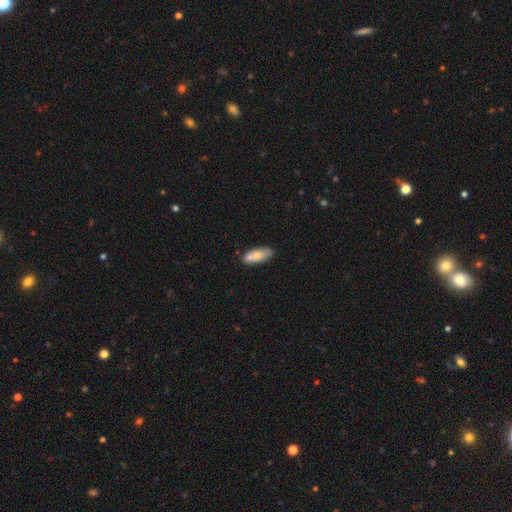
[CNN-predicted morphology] smooth 71%, featured or disk 23%, star or artifact 6%. Down the decision tree: how rounded — in between (76%); merging — none (60%).